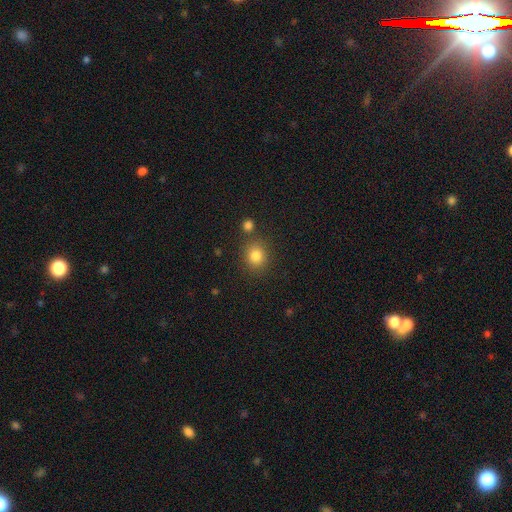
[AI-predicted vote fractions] Smooth or featured: smooth — 82% (star or artifact — 12%)
How rounded: round — 82% (in between — 17%)
Merging: none — 80% (minor disturbance — 9%)